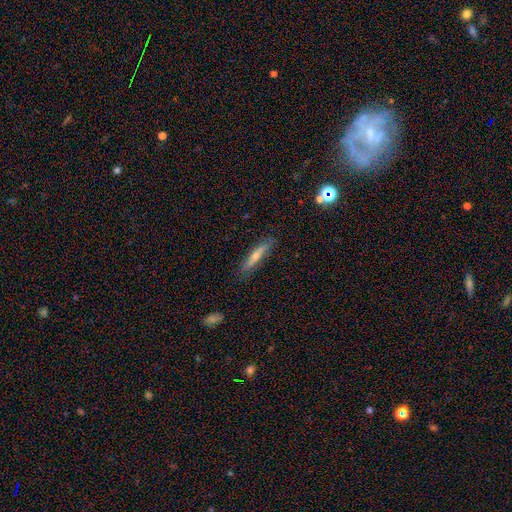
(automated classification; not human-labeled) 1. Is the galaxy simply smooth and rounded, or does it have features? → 51% featured or disk, 41% smooth, 8% star or artifact.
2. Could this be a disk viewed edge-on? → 89% yes, 11% no.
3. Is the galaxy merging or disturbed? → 87% none, 10% minor disturbance, 2% major disturbance, 1% merger.